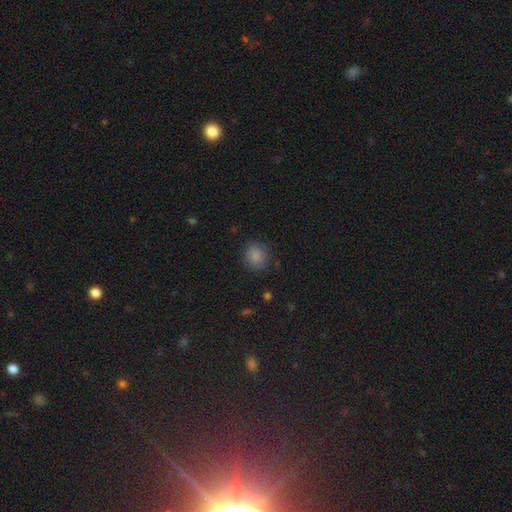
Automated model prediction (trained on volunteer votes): This is clearly a smooth galaxy (86%). How rounded: clearly round (82%). Merging: clearly none (86%).